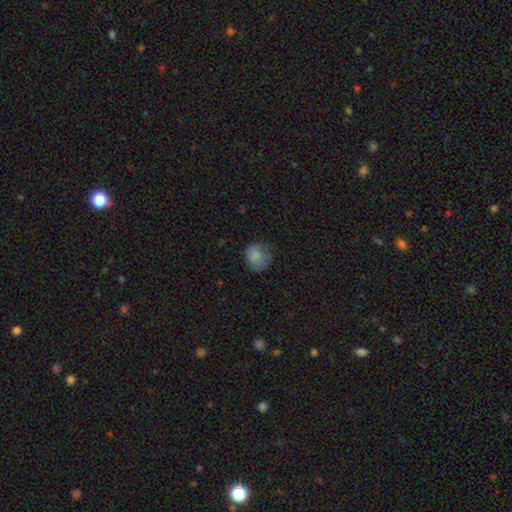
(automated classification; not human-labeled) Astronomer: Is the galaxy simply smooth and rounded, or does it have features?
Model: smooth — 79%.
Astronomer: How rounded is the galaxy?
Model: round — 81%.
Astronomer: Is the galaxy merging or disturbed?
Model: none — 64%.